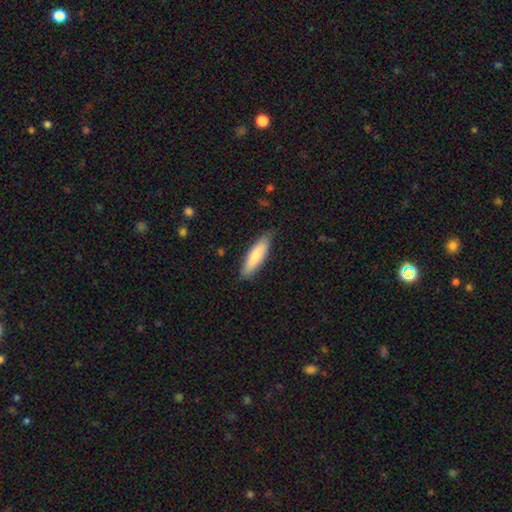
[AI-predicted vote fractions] A smooth galaxy with no disk features (80%) that is cigar-shaped (58%). Merging: none (81%).